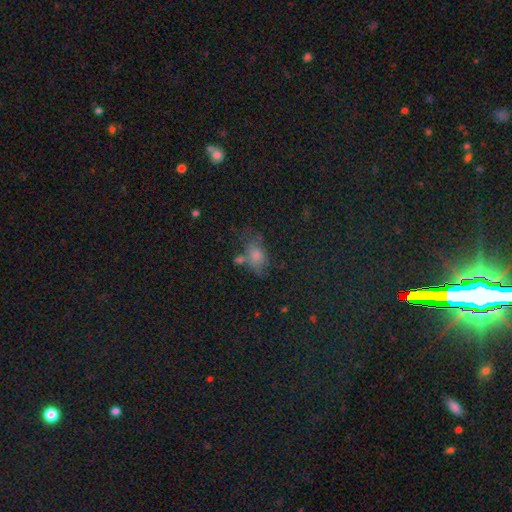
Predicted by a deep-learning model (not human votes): Morphology: type=smooth (68%); roundness=in between (79%); merging=none (38%).